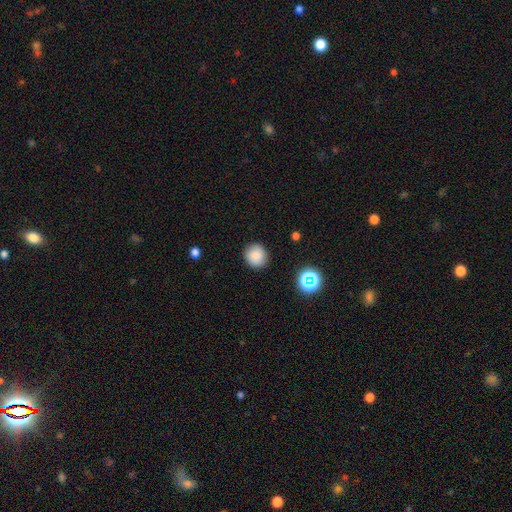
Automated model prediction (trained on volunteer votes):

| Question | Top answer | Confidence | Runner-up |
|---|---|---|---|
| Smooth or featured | smooth | 83% | star or artifact (11%) |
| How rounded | round | 88% | in between (11%) |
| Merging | none | 89% | minor disturbance (8%) |